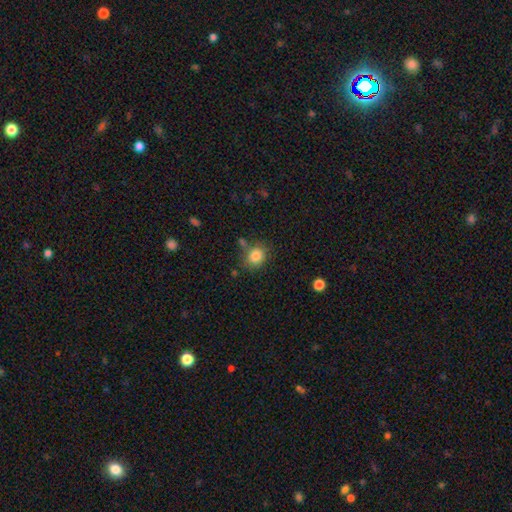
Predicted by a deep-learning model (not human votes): The model was most divided on "how rounded": round: 62%, in between: 37%, cigar-shaped: 1%. More confident: smooth or featured — smooth (84%); merging — none (71%).